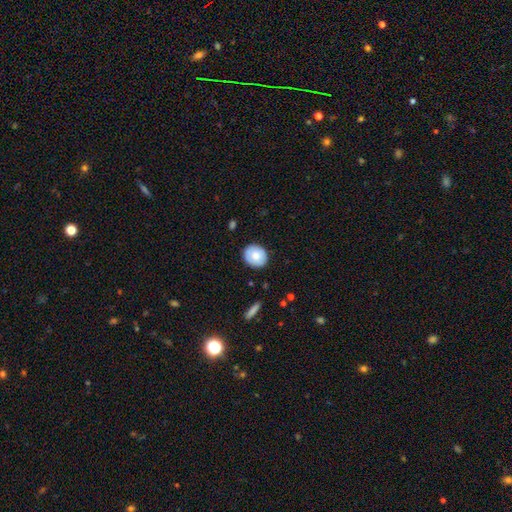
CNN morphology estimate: smooth 77%, featured or disk 16%, star or artifact 7%. Down the decision tree: how rounded — round (64%); merging — none (87%).